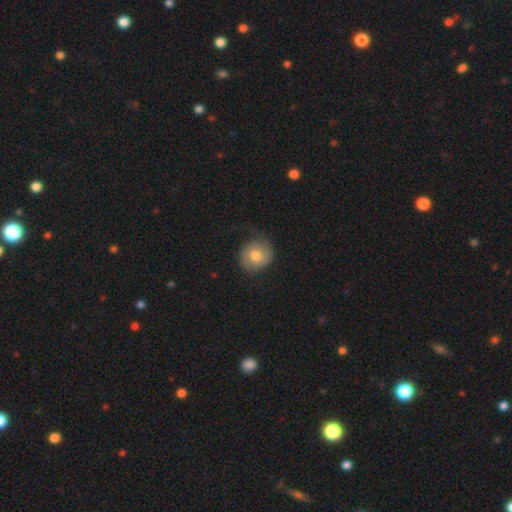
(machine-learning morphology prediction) smooth-or-featured: smooth: 65% | featured or disk: 28% | star or artifact: 7%
  how-rounded: round: 83% | in between: 16% | cigar-shaped: 1%
  merging: none: 68% | minor disturbance: 21% | major disturbance: 9% | merger: 1%